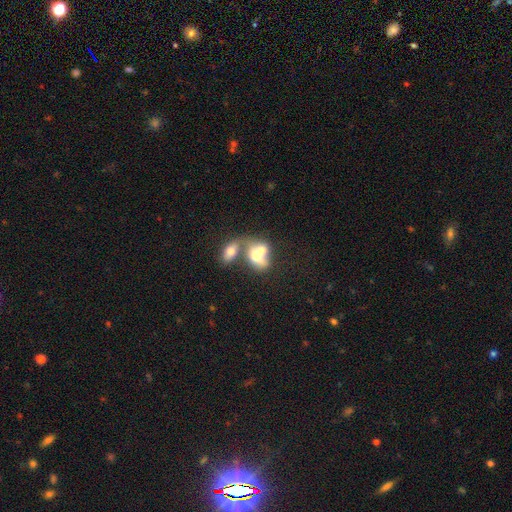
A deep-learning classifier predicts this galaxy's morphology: Smooth or featured?
  - smooth: 61% *
  - featured or disk: 31%
  - star or artifact: 8%
How rounded?
  - in between: 74% *
  - round: 24%
  - cigar-shaped: 3%
Merging?
  - merger: 78% *
  - none: 11%
  - major disturbance: 6%
  - minor disturbance: 5%